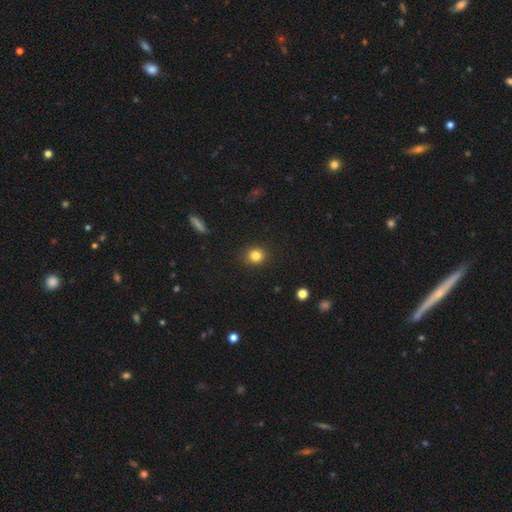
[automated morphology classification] smooth-or-featured: smooth: 83% | star or artifact: 12% | featured or disk: 6%
  how-rounded: round: 85% | in between: 14% | cigar-shaped: 1%
  merging: none: 90% | minor disturbance: 6% | major disturbance: 2% | merger: 1%